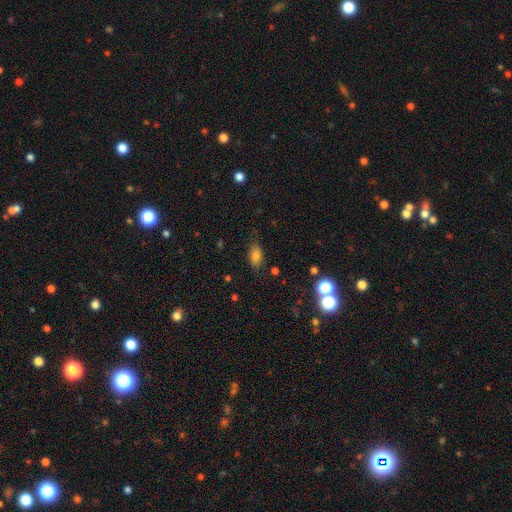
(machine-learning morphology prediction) A smooth galaxy with no disk features (74%) that is in between round and cigar-shaped (84%). Merging: none (75%).